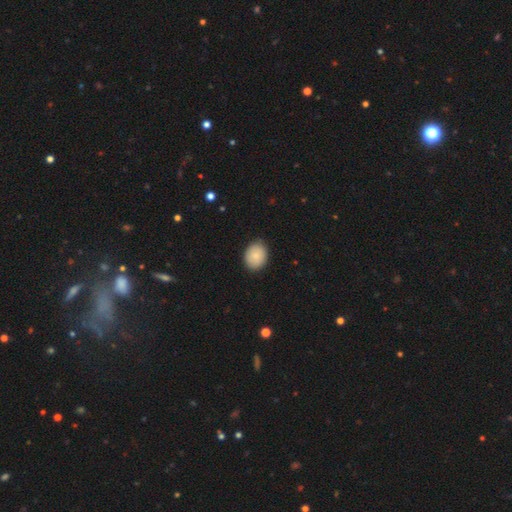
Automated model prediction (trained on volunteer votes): The model was most divided on "how rounded": in between: 51%, round: 48%, cigar-shaped: 1%. More confident: merging — none (85%); smooth or featured — smooth (83%).